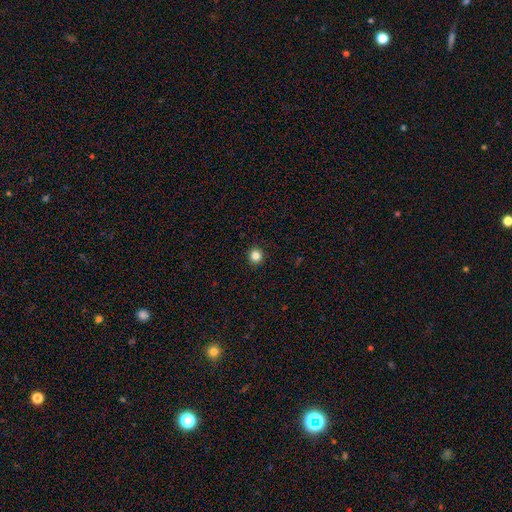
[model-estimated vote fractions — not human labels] Overall: smooth (84%). How rounded: round (93%). Merging: none (93%).